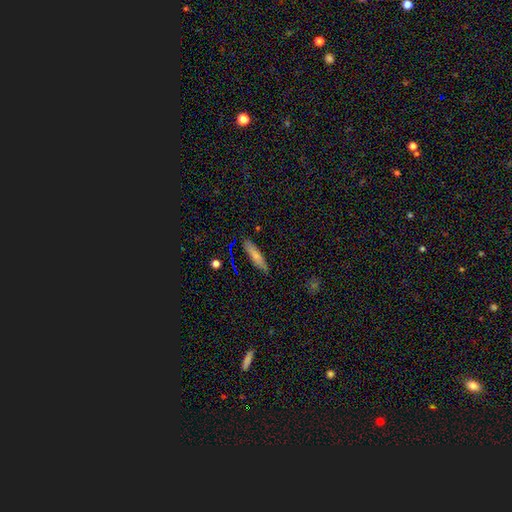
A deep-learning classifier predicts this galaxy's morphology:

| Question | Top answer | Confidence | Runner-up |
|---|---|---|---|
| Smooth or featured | smooth | 70% | featured or disk (21%) |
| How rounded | cigar-shaped | 74% | in between (24%) |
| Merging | none | 83% | minor disturbance (13%) |